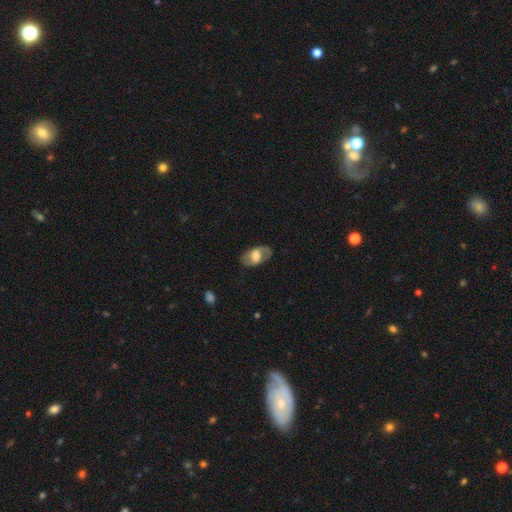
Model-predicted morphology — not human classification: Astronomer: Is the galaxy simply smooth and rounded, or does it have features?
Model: featured or disk — 59% (runner-up: smooth, 35%).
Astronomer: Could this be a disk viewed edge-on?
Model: no — 91%.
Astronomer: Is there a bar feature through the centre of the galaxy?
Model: no — 47% (runner-up: weak, 39%).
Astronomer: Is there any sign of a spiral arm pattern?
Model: yes — 68%.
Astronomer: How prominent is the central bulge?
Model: large — 43% (runner-up: moderate, 41%).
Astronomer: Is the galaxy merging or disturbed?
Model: none — 78%.